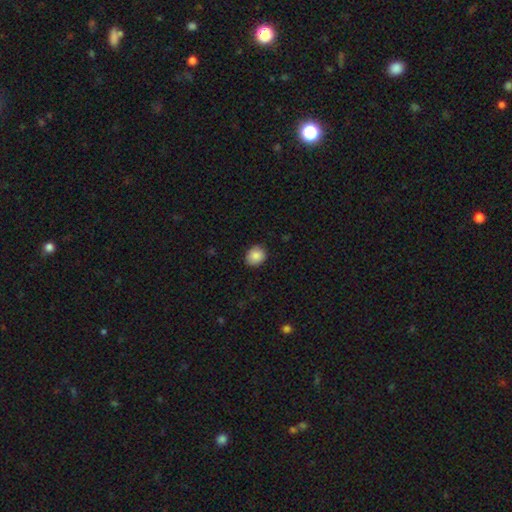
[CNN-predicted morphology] Q: Smooth or featured?
A: smooth (87%); runner-up: star or artifact (8%)
Q: How rounded?
A: round (69%); runner-up: in between (30%)
Q: Merging?
A: none (86%); runner-up: minor disturbance (11%)